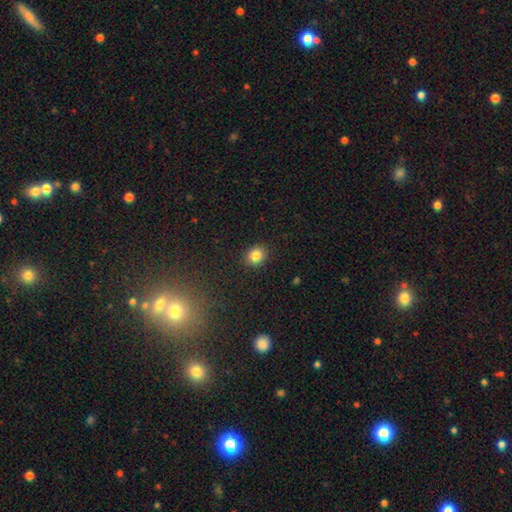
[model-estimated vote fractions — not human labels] This appears to be a smooth galaxy with no disk features (84%) that is round (65%). Merging: none (89%).